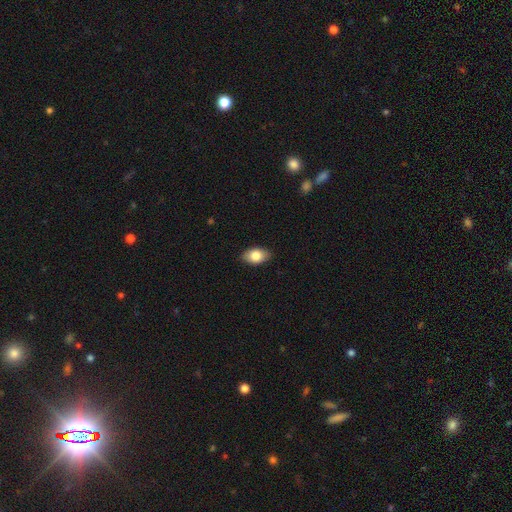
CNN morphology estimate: Smooth or featured: smooth — 82% (featured or disk — 12%)
How rounded: in between — 91% (round — 7%)
Merging: none — 87% (minor disturbance — 10%)